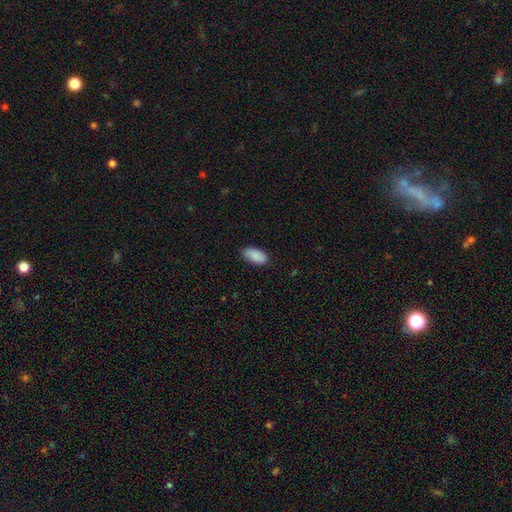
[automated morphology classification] smooth-or-featured: smooth: 90% | star or artifact: 6% | featured or disk: 4%
  how-rounded: in between: 94% | cigar-shaped: 4% | round: 2%
  merging: none: 85% | minor disturbance: 12% | major disturbance: 2% | merger: 1%